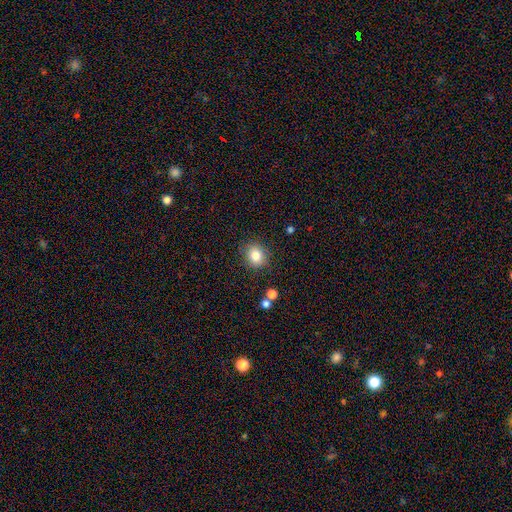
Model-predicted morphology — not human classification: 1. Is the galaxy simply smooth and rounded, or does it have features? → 82% smooth, 10% star or artifact, 7% featured or disk.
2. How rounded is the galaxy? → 70% round, 29% in between, 1% cigar-shaped.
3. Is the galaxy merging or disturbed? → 86% none, 9% minor disturbance, 3% major disturbance, 2% merger.